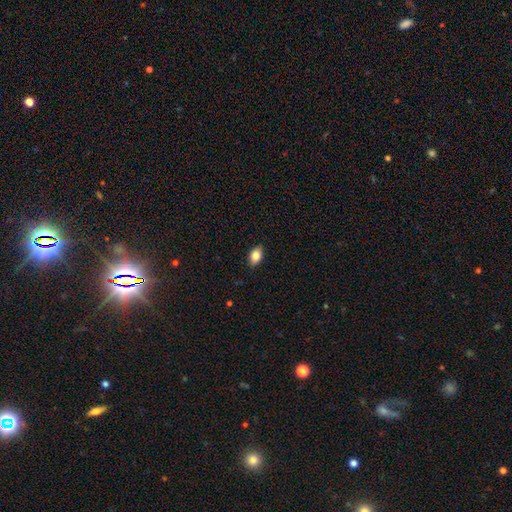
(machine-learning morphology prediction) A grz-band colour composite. It shows a smooth galaxy with no disk features (82%) that is in between round and cigar-shaped (88%). Merging: none (88%).